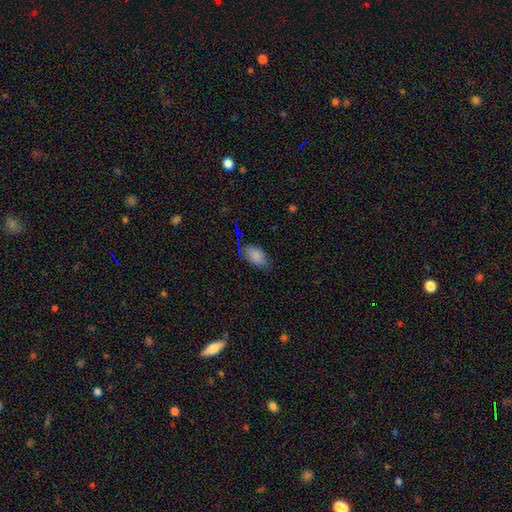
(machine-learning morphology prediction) Smooth or featured?
  - smooth: 85% *
  - star or artifact: 10%
  - featured or disk: 6%
How rounded?
  - in between: 93% *
  - round: 5%
  - cigar-shaped: 3%
Merging?
  - none: 74% *
  - minor disturbance: 20%
  - major disturbance: 4%
  - merger: 1%